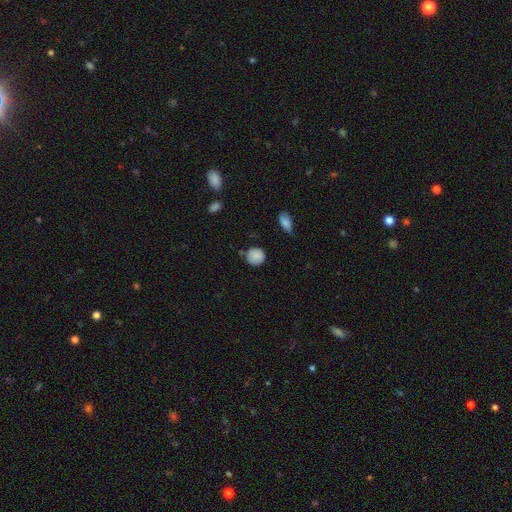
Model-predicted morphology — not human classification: type=smooth (87%); roundness=round (89%); merging=none (77%).